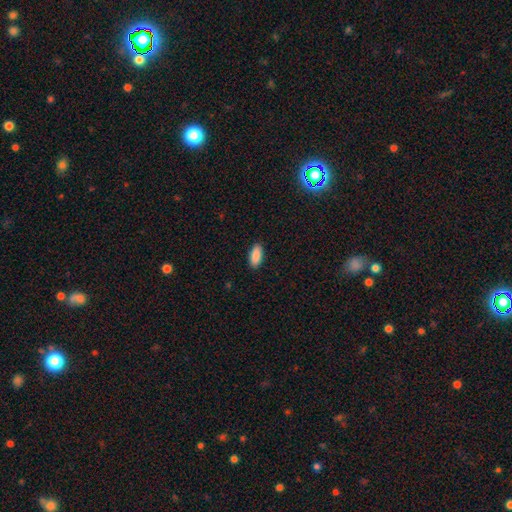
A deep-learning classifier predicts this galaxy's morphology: smooth-or-featured: smooth: 90% | star or artifact: 6% | featured or disk: 4%
  how-rounded: in between: 86% | cigar-shaped: 12% | round: 2%
  merging: none: 90% | minor disturbance: 7% | major disturbance: 2% | merger: 1%